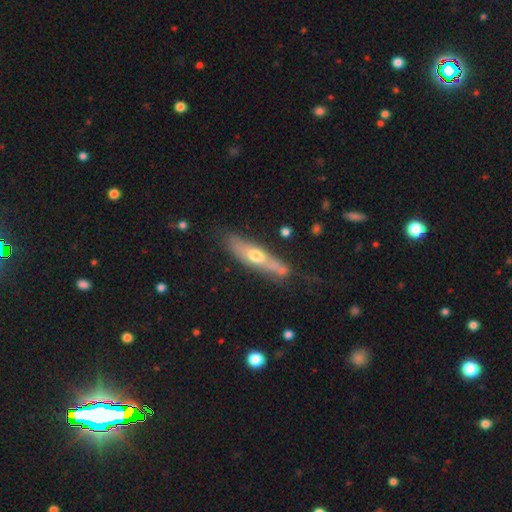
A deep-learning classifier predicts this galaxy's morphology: A featured or disk galaxy (52%) viewed edge-on (63%). Merging: none (68%).